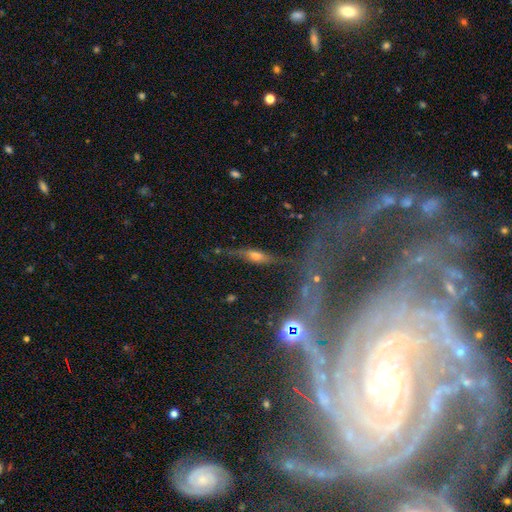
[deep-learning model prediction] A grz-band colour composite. It shows a featured or disk galaxy (54%) viewed edge-on (76%). Merging: none (64%).